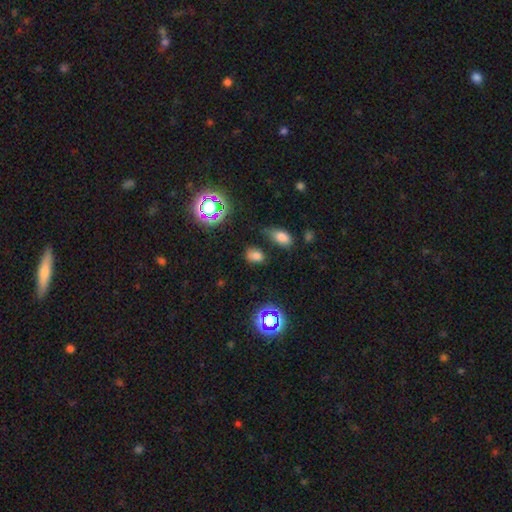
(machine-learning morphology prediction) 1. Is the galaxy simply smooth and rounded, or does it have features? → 70% smooth, 23% star or artifact, 7% featured or disk.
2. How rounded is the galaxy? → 72% in between, 26% round, 2% cigar-shaped.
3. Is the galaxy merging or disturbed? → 71% none, 18% minor disturbance, 6% merger, 5% major disturbance.